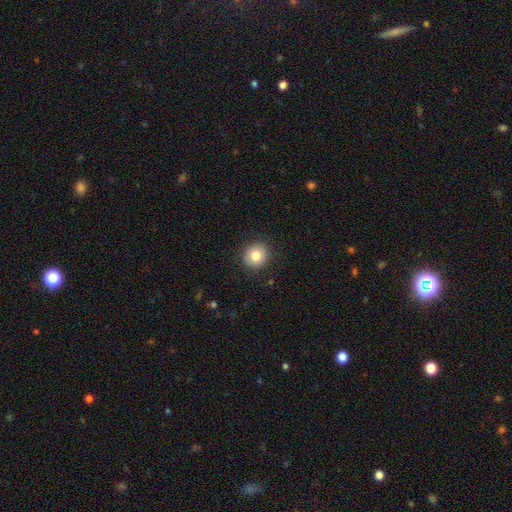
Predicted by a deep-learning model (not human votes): smooth-or-featured: smooth: 82% | star or artifact: 9% | featured or disk: 9%
  how-rounded: round: 86% | in between: 14% | cigar-shaped: 1%
  merging: none: 88% | minor disturbance: 8% | major disturbance: 2% | merger: 1%